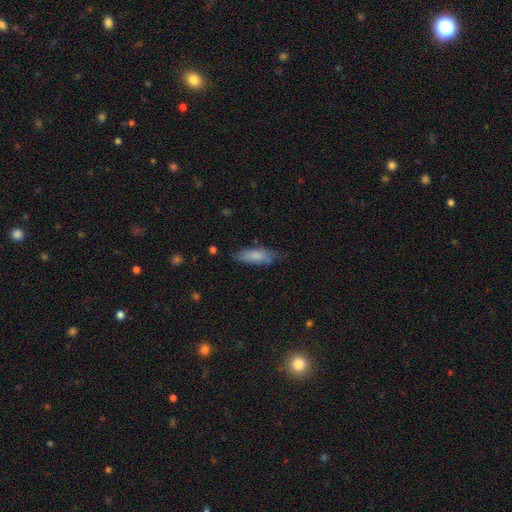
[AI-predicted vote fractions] This appears to be a smooth galaxy with no disk features (79%) that is in between round and cigar-shaped (54%). Merging: none (67%).